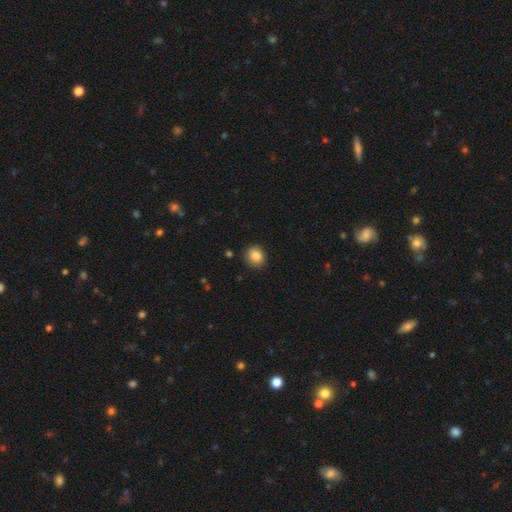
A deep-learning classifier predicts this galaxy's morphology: Overall: smooth (86%). How rounded: round (77%). Merging: none (87%).